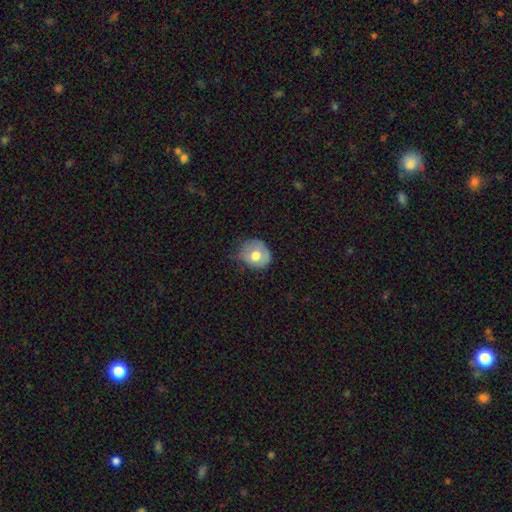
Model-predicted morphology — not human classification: type=smooth (68%); roundness=round (71%); merging=none (46%).